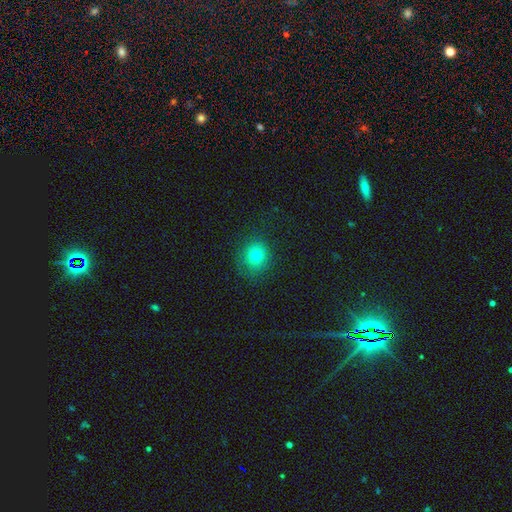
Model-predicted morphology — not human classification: smooth-or-featured: smooth: 79% | star or artifact: 13% | featured or disk: 8%
  how-rounded: round: 82% | in between: 17% | cigar-shaped: 1%
  merging: none: 82% | minor disturbance: 12% | major disturbance: 4% | merger: 1%